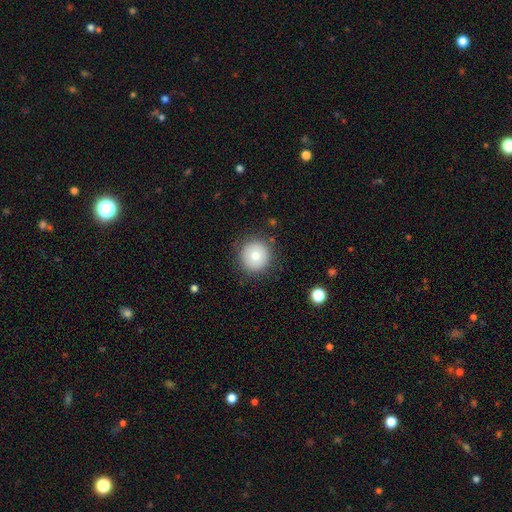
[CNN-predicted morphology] The model was most divided on "smooth or featured": smooth: 76%, featured or disk: 14%, star or artifact: 10%. More confident: how rounded — round (95%); merging — none (88%).